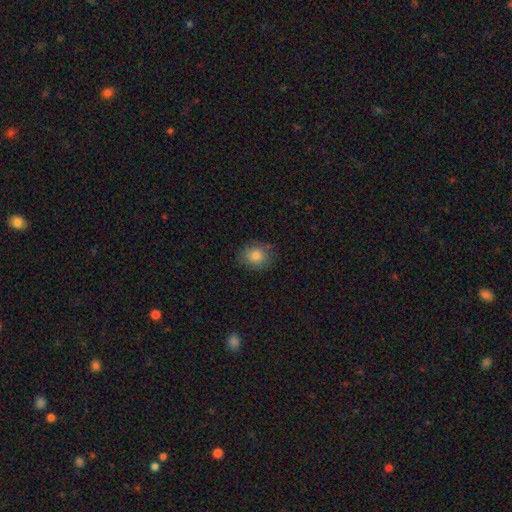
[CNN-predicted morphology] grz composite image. It shows a smooth galaxy with no disk features (83%) that is round (66%). Merging: none (81%).